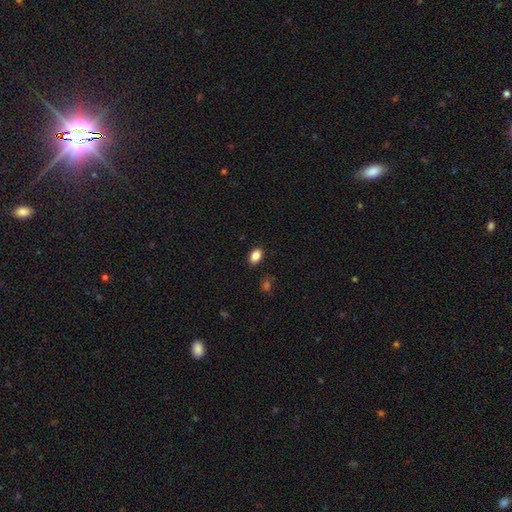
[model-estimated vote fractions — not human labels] Smooth or featured: smooth — 86% (star or artifact — 9%)
How rounded: in between — 85% (round — 14%)
Merging: none — 88% (minor disturbance — 9%)